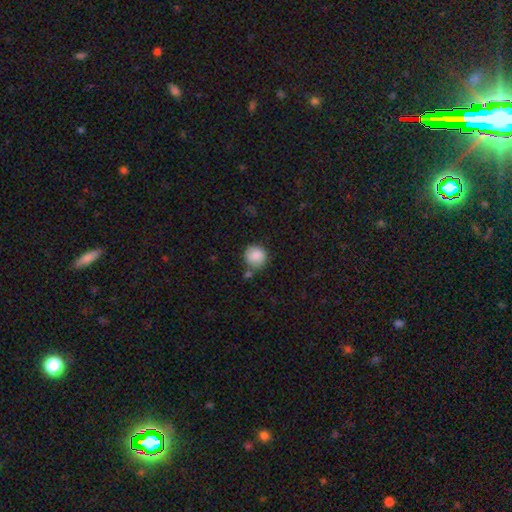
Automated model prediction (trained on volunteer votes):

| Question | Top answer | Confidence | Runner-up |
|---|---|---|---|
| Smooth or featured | smooth | 87% | star or artifact (8%) |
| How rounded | round | 90% | in between (9%) |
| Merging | none | 70% | minor disturbance (15%) |